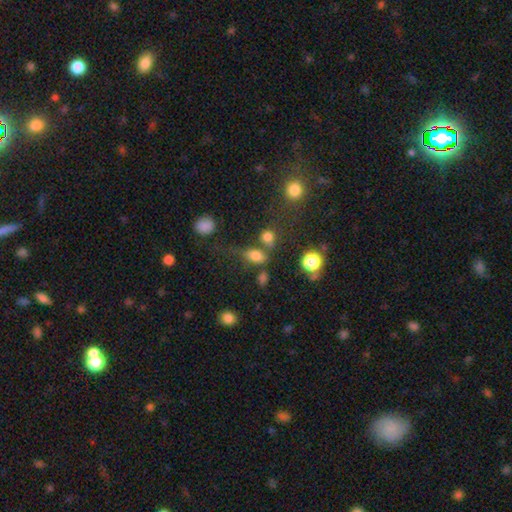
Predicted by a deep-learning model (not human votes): Smooth or featured? smooth (77%)
How rounded? in between (78%)
Merging? none (48%)